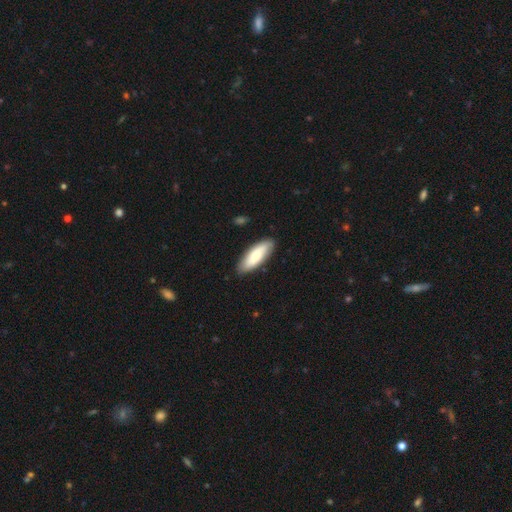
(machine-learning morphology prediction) smooth-or-featured: smooth: 73% | featured or disk: 22% | star or artifact: 5%
  how-rounded: in between: 66% | cigar-shaped: 32% | round: 2%
  merging: none: 85% | minor disturbance: 12% | major disturbance: 2% | merger: 1%